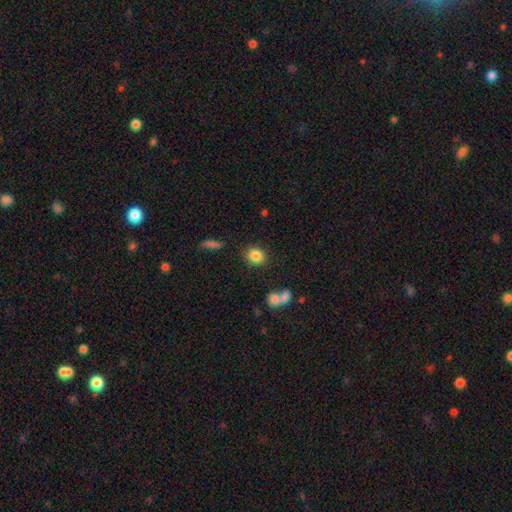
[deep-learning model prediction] A smooth galaxy with no disk features (85%) that is round (68%). Merging: none (83%).